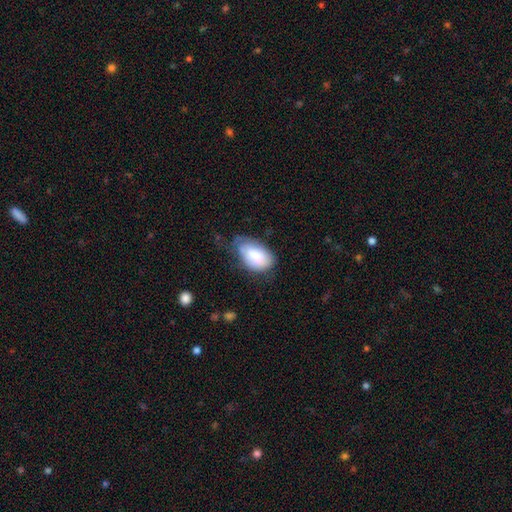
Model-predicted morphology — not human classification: Q: Smooth or featured?
A: smooth (77%); runner-up: featured or disk (17%)
Q: How rounded?
A: in between (93%); runner-up: round (5%)
Q: Merging?
A: none (42%); runner-up: minor disturbance (40%)